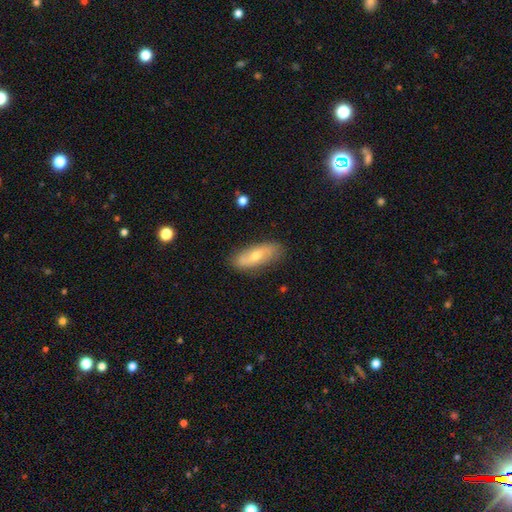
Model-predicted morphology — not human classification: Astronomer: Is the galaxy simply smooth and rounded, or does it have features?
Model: smooth — 48% (runner-up: featured or disk, 45%).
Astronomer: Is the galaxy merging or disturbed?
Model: none — 82%.